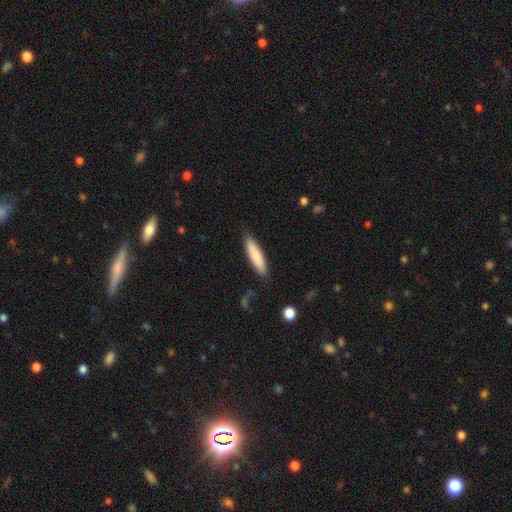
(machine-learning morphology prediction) This is clearly a smooth galaxy (82%). How rounded: likely cigar-shaped (75%). Merging: clearly none (87%).